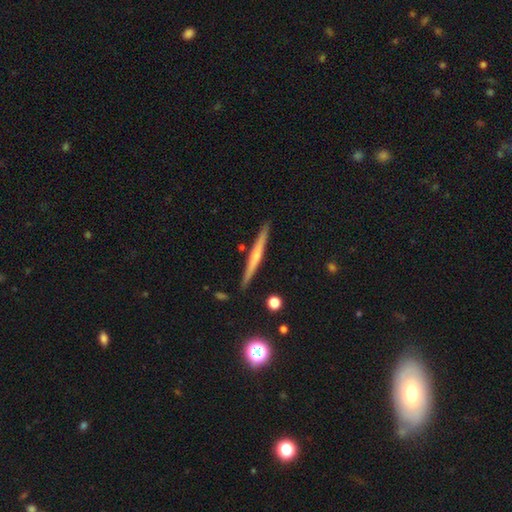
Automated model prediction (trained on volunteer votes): smooth-or-featured: featured or disk: 56% | smooth: 38% | star or artifact: 6%
  disk-edge-on: yes: 97% | no: 3%
    edge-on-bulge: none: 53% | rounded: 40% | boxy: 7%
  merging: none: 90% | minor disturbance: 7% | merger: 2% | major disturbance: 1%